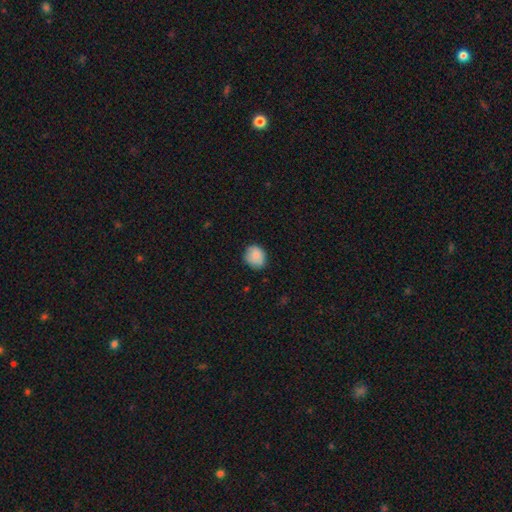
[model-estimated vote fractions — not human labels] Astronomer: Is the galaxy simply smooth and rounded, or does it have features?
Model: smooth — 84%.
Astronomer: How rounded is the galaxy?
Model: round — 71%.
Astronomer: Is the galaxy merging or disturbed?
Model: none — 76%.